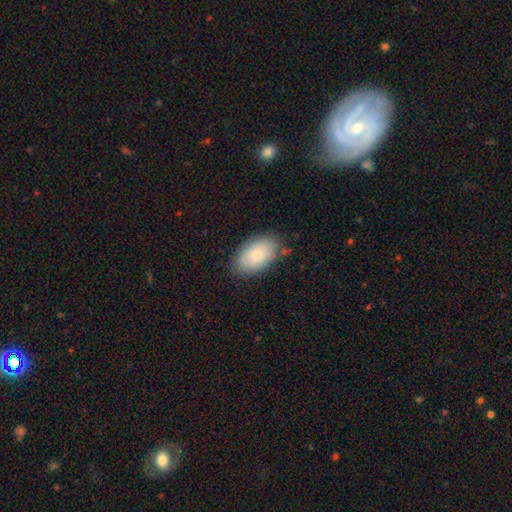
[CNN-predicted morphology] Smooth or featured? smooth (86%)
How rounded? in between (95%)
Merging? none (83%)